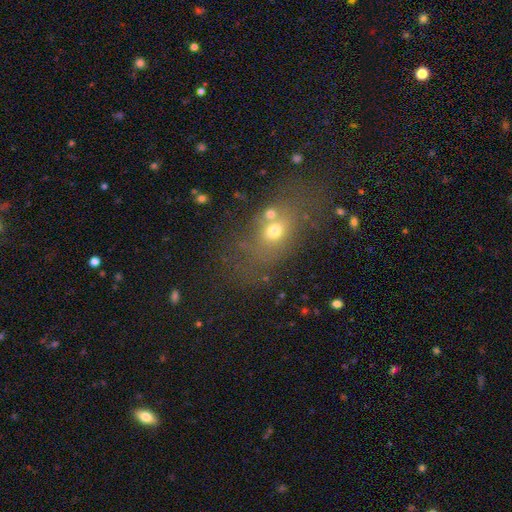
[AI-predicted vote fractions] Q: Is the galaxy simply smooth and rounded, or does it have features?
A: smooth — 50%.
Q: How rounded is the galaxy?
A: in between — 60%.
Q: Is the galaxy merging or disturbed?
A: none — 64%.